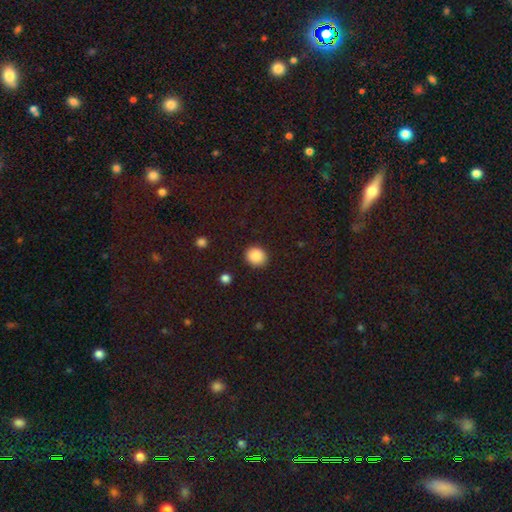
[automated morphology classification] A smooth galaxy with no disk features (88%) that is round (75%). Merging: none (89%).